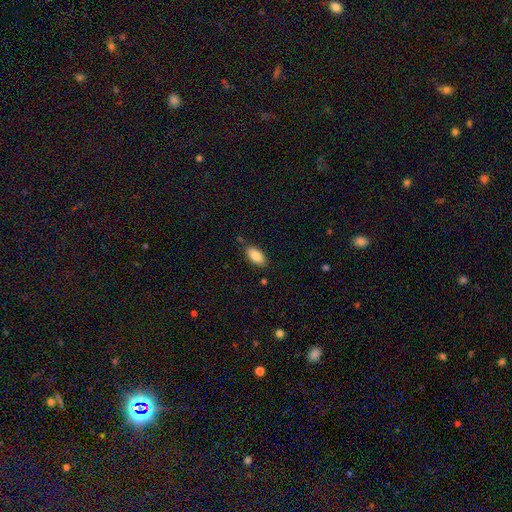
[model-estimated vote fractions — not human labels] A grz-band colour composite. It shows a smooth galaxy with no disk features (88%) that is in between round and cigar-shaped (91%). Merging: none (78%).